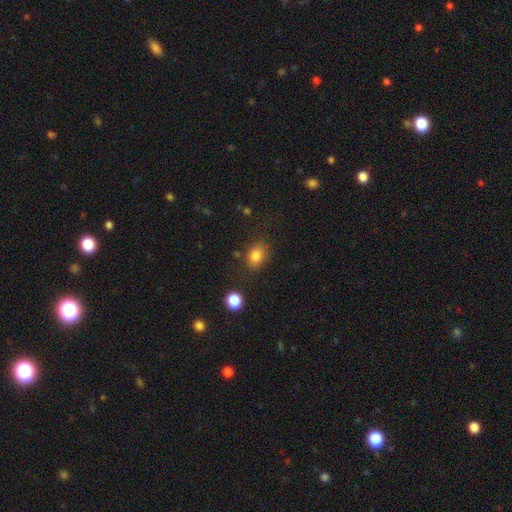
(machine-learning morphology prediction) The model was most divided on "how rounded": in between: 64%, round: 35%, cigar-shaped: 1%. More confident: smooth or featured — smooth (83%); merging — none (76%).